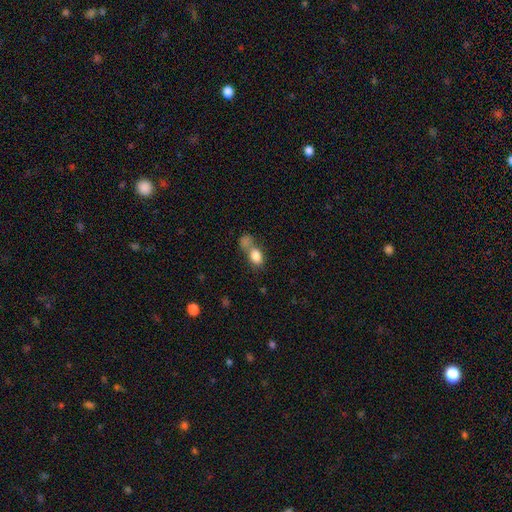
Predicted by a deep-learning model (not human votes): A smooth galaxy with no disk features (82%) that is in between round and cigar-shaped (74%). Merging: merger (48%).